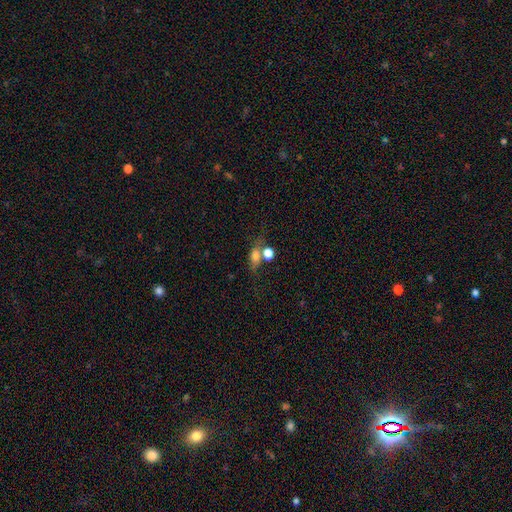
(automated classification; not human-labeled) A smooth galaxy with no disk features (69%) that is in between round and cigar-shaped (64%). Merging: none (44%).